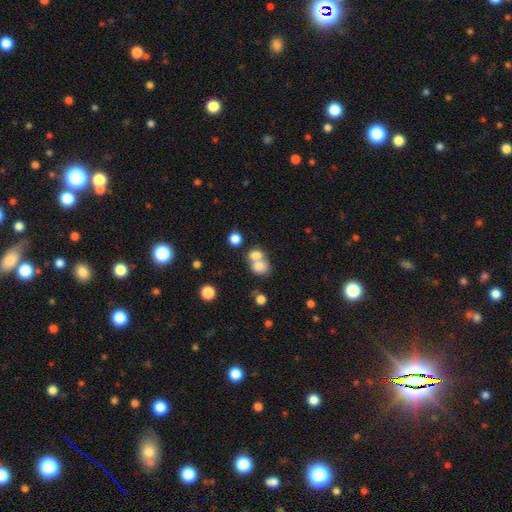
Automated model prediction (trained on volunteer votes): Smooth or featured? Predicted: smooth (p=0.77). How rounded? Predicted: round (p=0.51). Merging? Predicted: merger (p=0.61).